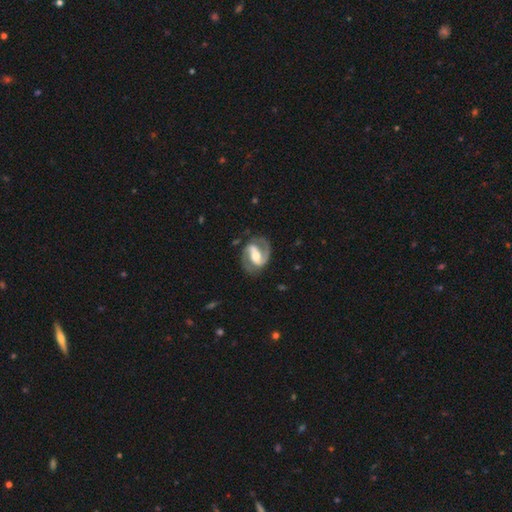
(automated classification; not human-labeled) A featured or disk galaxy (89%) with a strong bar (46%), 2 (91%) medium (56%) spiral arms (96%) and a moderate central bulge (65%).

Vote fractions:
- Smooth or featured? featured or disk: 89% / smooth: 7% / star or artifact: 4%
- Edge-on disk? no: 97% / yes: 3%
- Bar? strong: 46% / weak: 36% / no: 18%
- Spiral arms? yes: 96% / no: 4%
- Spiral winding? medium: 56% / tight: 28% / loose: 17%
- Spiral arm count? 2: 91% / 1: 3% / can't tell: 3% / 3: 1% / 4: 1% / more than 4: 1%
- Bulge size? moderate: 65% / small: 19% / large: 14% / none: 2% / dominant: 1%
- Merging? none: 79% / minor disturbance: 13% / major disturbance: 6% / merger: 2%